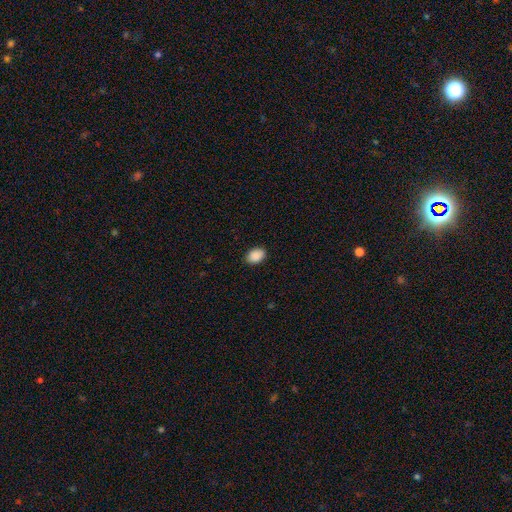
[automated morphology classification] The model was most divided on "how rounded": in between: 80%, round: 19%, cigar-shaped: 1%. More confident: smooth or featured — smooth (90%); merging — none (87%).